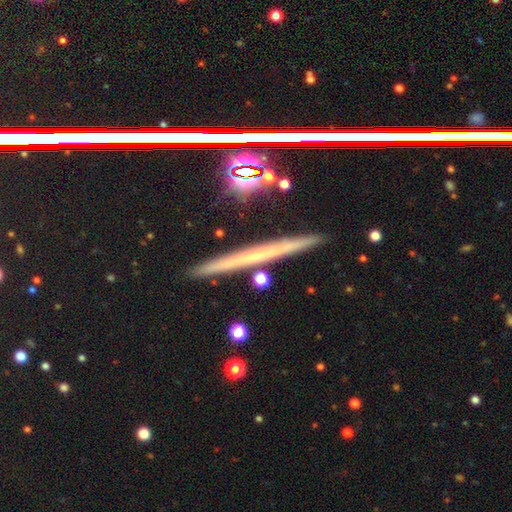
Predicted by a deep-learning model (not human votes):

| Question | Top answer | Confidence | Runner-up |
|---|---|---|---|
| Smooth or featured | featured or disk | 51% | smooth (30%) |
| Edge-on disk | yes | 95% | no (5%) |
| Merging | none | 88% | minor disturbance (8%) |